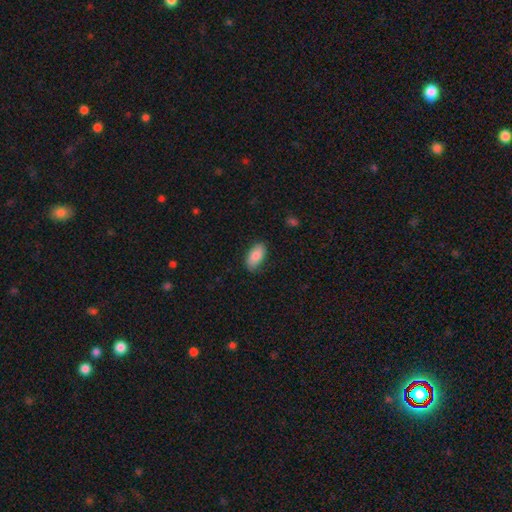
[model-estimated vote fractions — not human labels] A smooth galaxy with no disk features (82%) that is in between round and cigar-shaped (92%).

Vote fractions:
- Smooth or featured? smooth: 82% / featured or disk: 12% / star or artifact: 6%
- How rounded? in between: 92% / cigar-shaped: 5% / round: 3%
- Merging? none: 83% / minor disturbance: 13% / major disturbance: 2% / merger: 1%